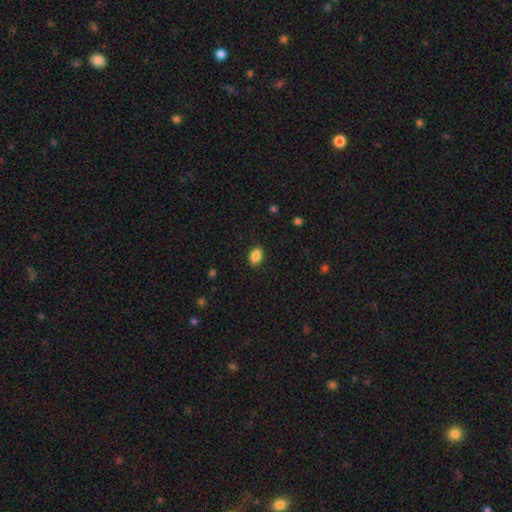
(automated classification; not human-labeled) This appears to be a smooth galaxy with no disk features (87%) that is in between round and cigar-shaped (87%). Merging: none (87%).